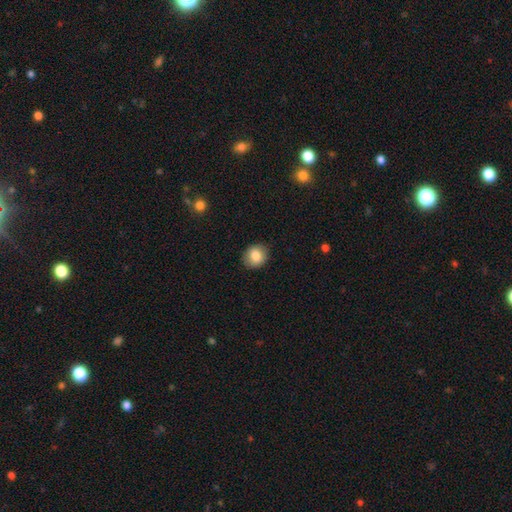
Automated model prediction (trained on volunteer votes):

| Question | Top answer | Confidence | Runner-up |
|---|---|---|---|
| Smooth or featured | smooth | 82% | featured or disk (10%) |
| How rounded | round | 69% | in between (30%) |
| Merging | none | 86% | minor disturbance (10%) |